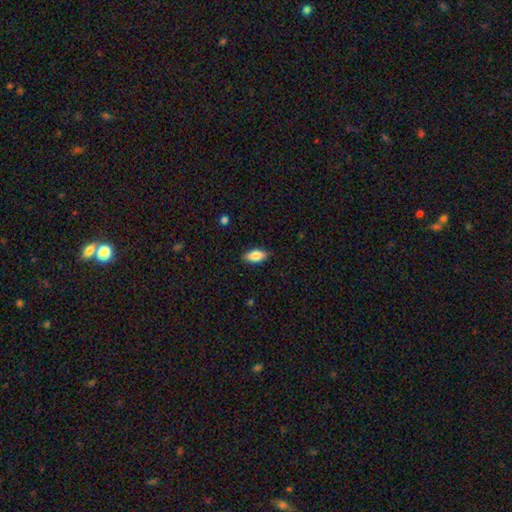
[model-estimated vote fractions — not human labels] Smooth or featured? smooth (84%)
How rounded? in between (89%)
Merging? none (87%)